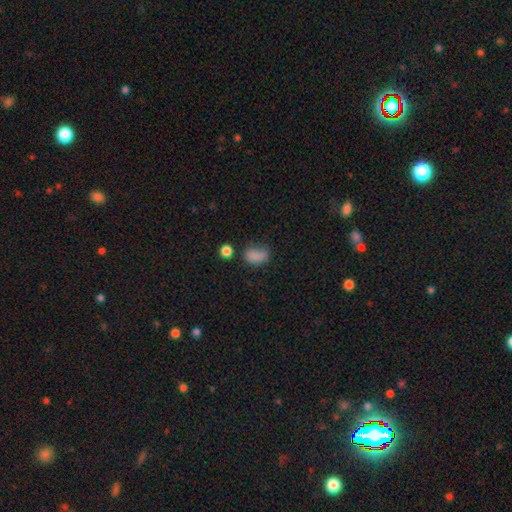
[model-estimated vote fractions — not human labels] Smooth or featured?
  - smooth: 79% *
  - star or artifact: 13%
  - featured or disk: 8%
How rounded?
  - in between: 77% *
  - round: 21%
  - cigar-shaped: 2%
Merging?
  - none: 46% *
  - minor disturbance: 30%
  - major disturbance: 17%
  - merger: 8%